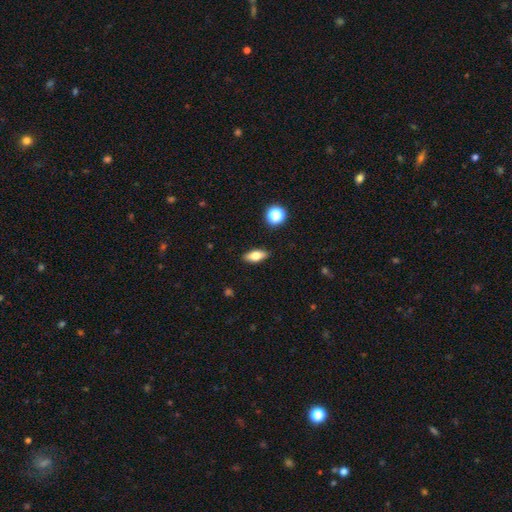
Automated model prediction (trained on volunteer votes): Smooth or featured?
  - smooth: 71% *
  - featured or disk: 21%
  - star or artifact: 9%
How rounded?
  - in between: 76% *
  - cigar-shaped: 18%
  - round: 6%
Merging?
  - none: 88% *
  - minor disturbance: 8%
  - major disturbance: 2%
  - merger: 1%